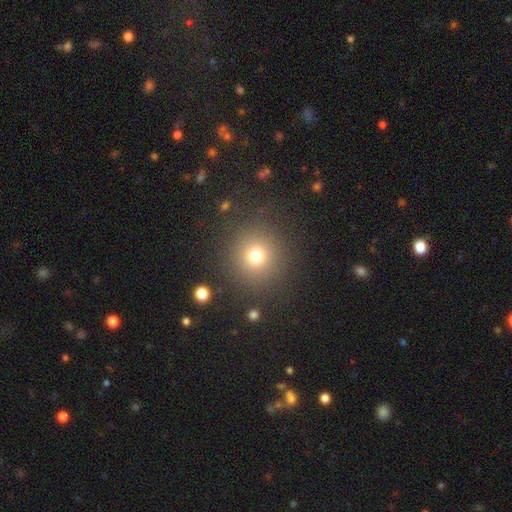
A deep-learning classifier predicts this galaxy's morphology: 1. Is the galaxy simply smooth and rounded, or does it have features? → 73% smooth, 18% star or artifact, 9% featured or disk.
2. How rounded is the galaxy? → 94% round, 5% in between, 1% cigar-shaped.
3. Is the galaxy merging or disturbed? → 87% none, 7% minor disturbance, 4% major disturbance, 2% merger.